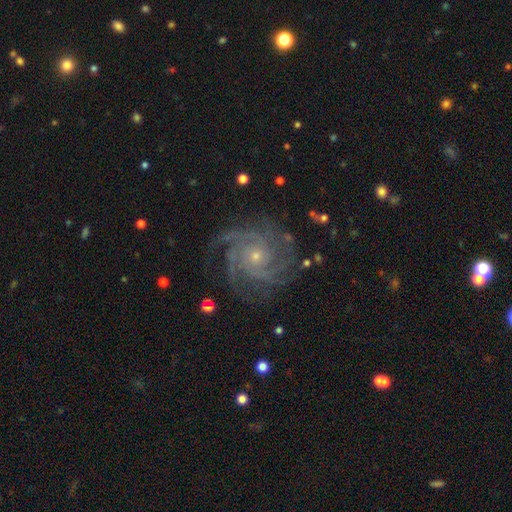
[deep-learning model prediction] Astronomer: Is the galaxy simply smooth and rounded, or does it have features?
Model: featured or disk — 91%.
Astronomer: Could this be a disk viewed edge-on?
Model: no — 98%.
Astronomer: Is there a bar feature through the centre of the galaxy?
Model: no — 78%.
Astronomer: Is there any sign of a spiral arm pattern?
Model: yes — 98%.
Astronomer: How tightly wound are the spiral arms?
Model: tight — 67%.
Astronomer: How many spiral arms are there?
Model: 4 — 33% (runner-up: 3, 28%).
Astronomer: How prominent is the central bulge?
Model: small — 71%.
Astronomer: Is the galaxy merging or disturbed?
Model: none — 79%.